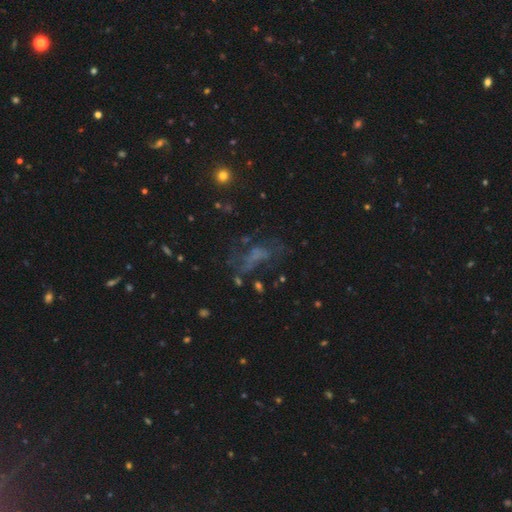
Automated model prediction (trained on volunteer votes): A featured or disk galaxy (40%). Merging: none (40%).